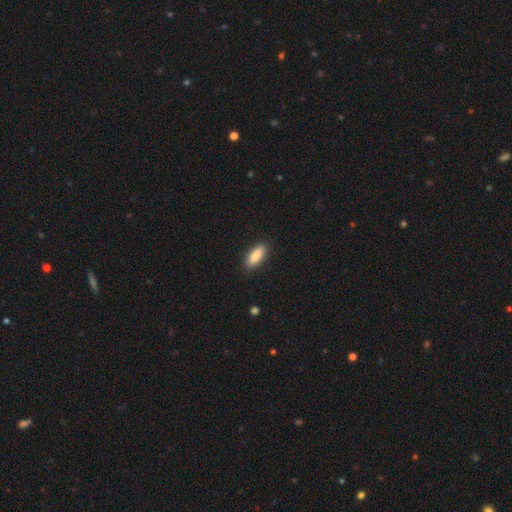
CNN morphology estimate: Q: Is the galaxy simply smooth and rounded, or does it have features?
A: smooth — 85%.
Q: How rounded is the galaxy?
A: in between — 73%.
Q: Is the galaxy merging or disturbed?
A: none — 88%.